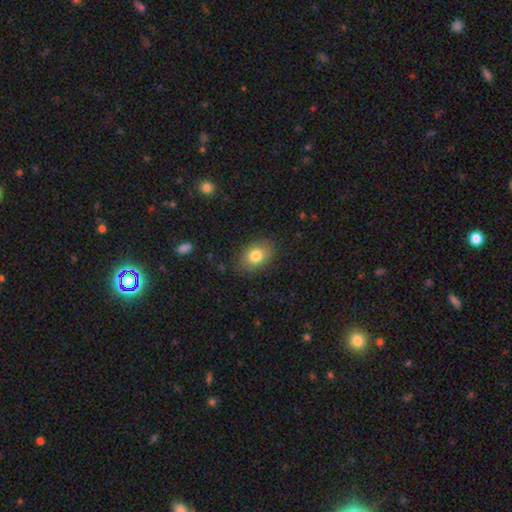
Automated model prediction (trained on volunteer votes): smooth_or_featured: smooth (p=0.81) [alt: featured or disk p=0.11]
how_rounded: in between (p=0.76) [alt: round p=0.23]
merging: none (p=0.84) [alt: minor disturbance p=0.12]